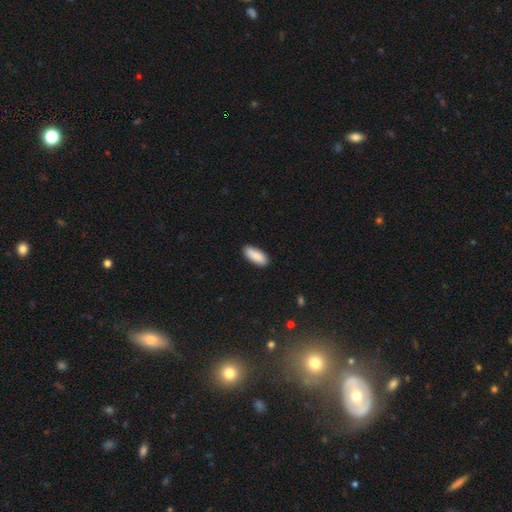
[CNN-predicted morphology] The model was most divided on "how rounded": in between: 77%, cigar-shaped: 22%, round: 2%. More confident: smooth or featured — smooth (87%); merging — none (87%).